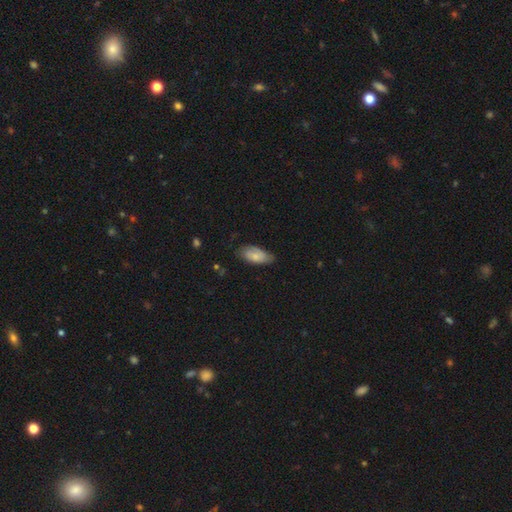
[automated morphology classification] Smooth or featured: smooth — 76% (featured or disk — 18%)
How rounded: in between — 90% (cigar-shaped — 7%)
Merging: none — 64% (minor disturbance — 29%)